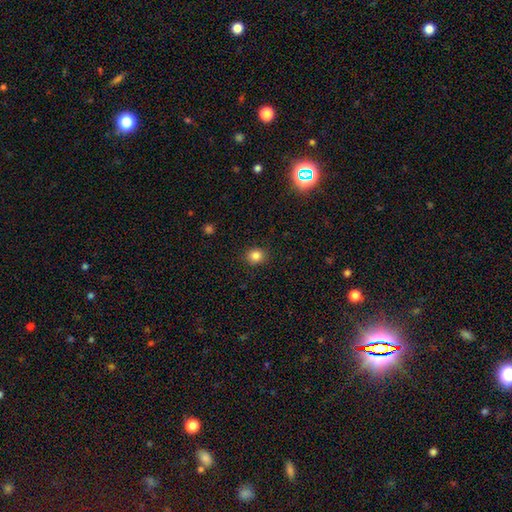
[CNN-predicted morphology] Smooth or featured? smooth (84%)
How rounded? round (76%)
Merging? none (89%)